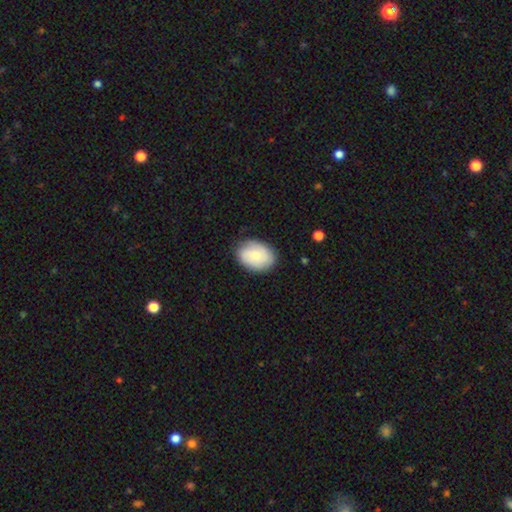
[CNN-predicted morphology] This appears to be a smooth galaxy with no disk features (72%) that is in between round and cigar-shaped (75%). Merging: none (81%).